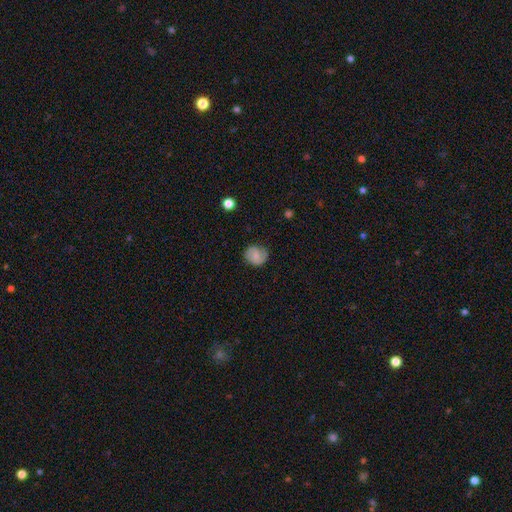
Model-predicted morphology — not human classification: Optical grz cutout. It shows a smooth galaxy with no disk features (53%) that is round (76%). Merging: none (74%).